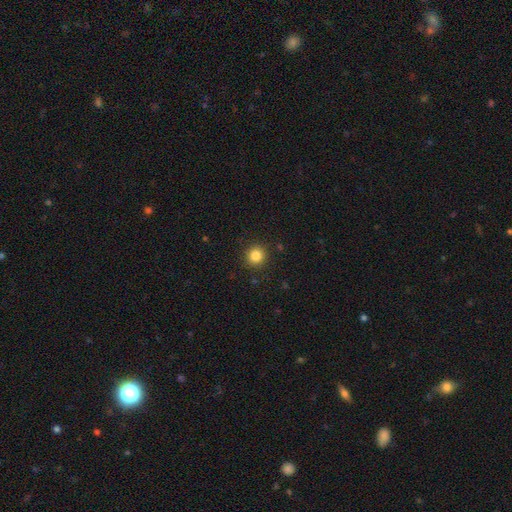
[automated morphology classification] A smooth galaxy with no disk features (84%) that is round (93%). Merging: none (91%).